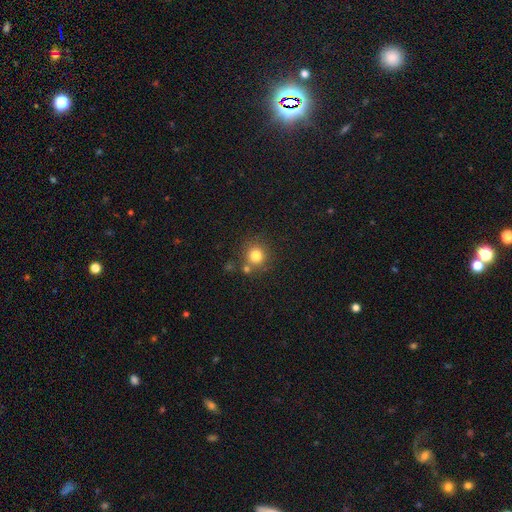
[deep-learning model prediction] A smooth galaxy with no disk features (80%) that is round (91%). Merging: none (74%).